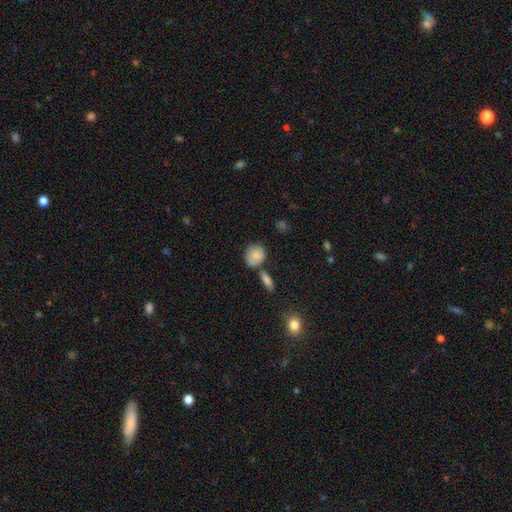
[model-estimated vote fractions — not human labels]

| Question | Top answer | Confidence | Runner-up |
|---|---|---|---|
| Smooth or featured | smooth | 84% | featured or disk (8%) |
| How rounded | round | 65% | in between (33%) |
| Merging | none | 62% | minor disturbance (18%) |